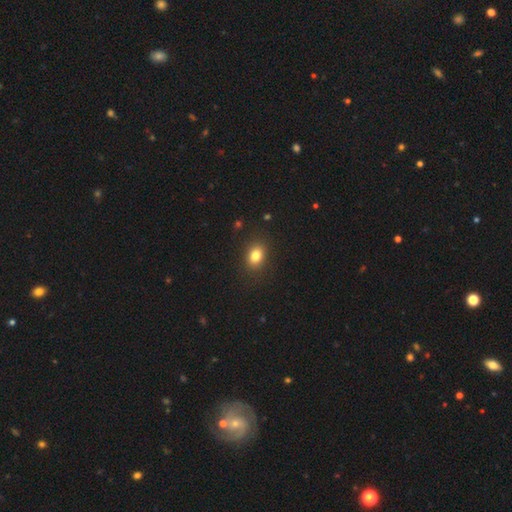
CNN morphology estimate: Smooth or featured?
  - smooth: 82% *
  - star or artifact: 11%
  - featured or disk: 7%
How rounded?
  - in between: 66% *
  - round: 32%
  - cigar-shaped: 1%
Merging?
  - none: 87% *
  - minor disturbance: 9%
  - major disturbance: 3%
  - merger: 1%